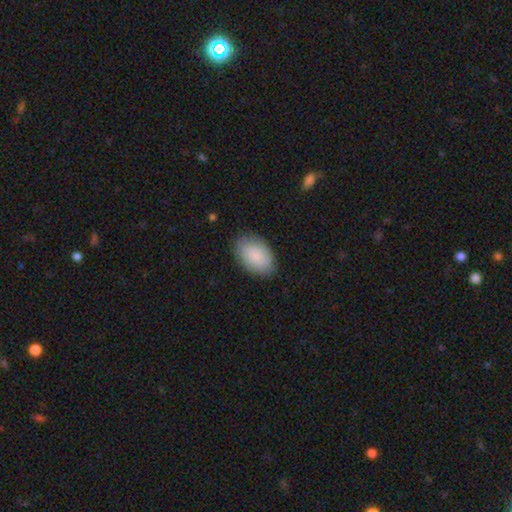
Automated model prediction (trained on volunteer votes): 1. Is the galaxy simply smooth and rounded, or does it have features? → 86% smooth, 9% featured or disk, 6% star or artifact.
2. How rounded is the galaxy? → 91% in between, 8% round, 1% cigar-shaped.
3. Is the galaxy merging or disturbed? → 83% none, 13% minor disturbance, 3% major disturbance, 1% merger.